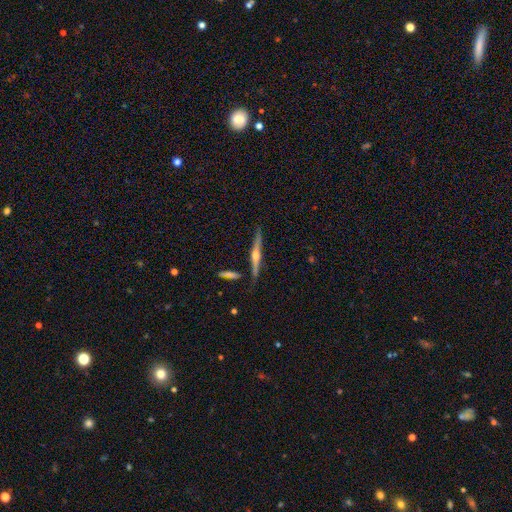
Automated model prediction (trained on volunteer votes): A featured or disk galaxy (76%) viewed edge-on (98%) with a rounded central bulge (91%). Merging: none (84%).